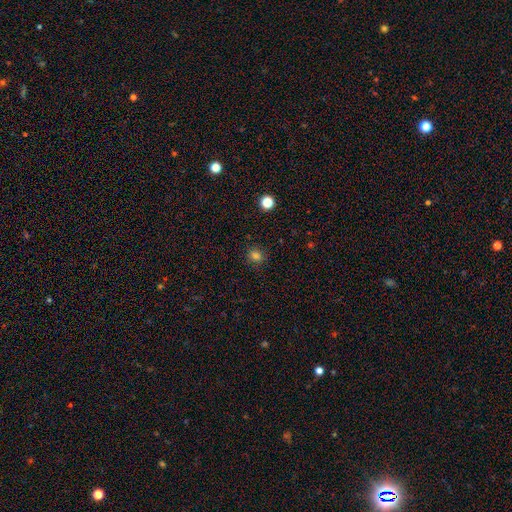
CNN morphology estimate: Overall: smooth (80%). How rounded: round (74%). Merging: none (86%).